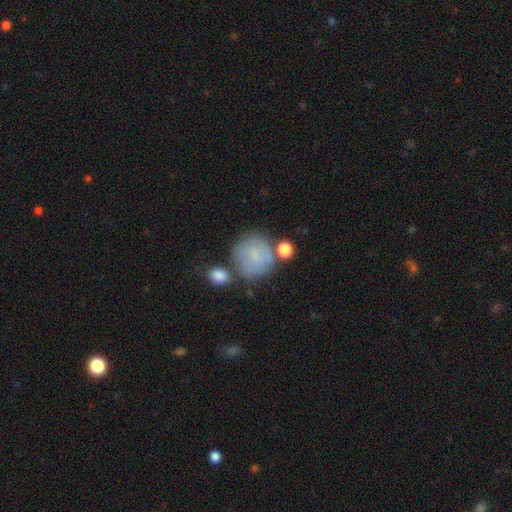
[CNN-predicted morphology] A smooth galaxy with no disk features (72%) that is round (86%). Merging: none (57%).